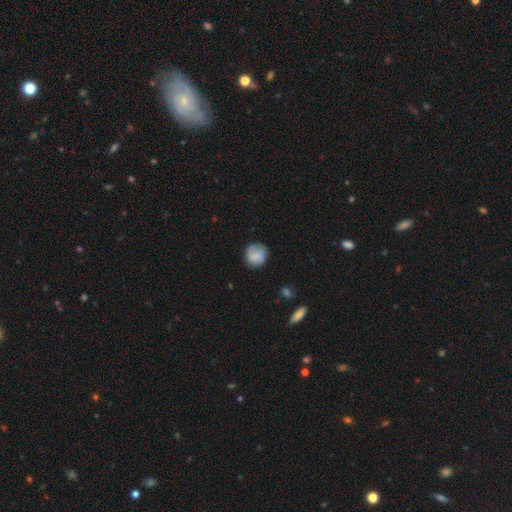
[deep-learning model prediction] This is clearly a smooth galaxy (81%). How rounded: clearly round (87%). Merging: likely none (73%).